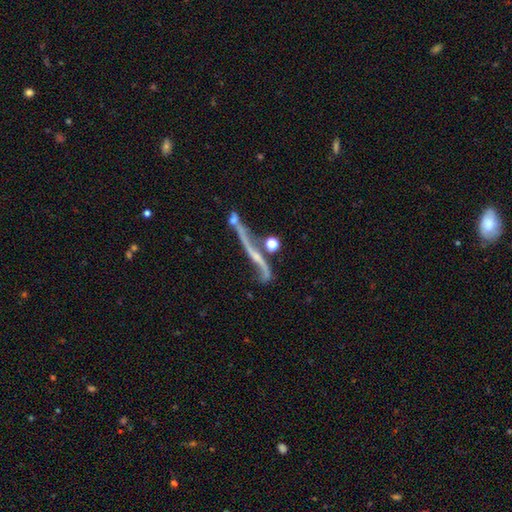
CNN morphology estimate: Smooth or featured: featured or disk — 70% (smooth — 17%)
Edge-on disk: yes — 76% (no — 24%)
Edge-on bulge: none — 48% (rounded — 42%)
Merging: none — 47% (merger — 21%)